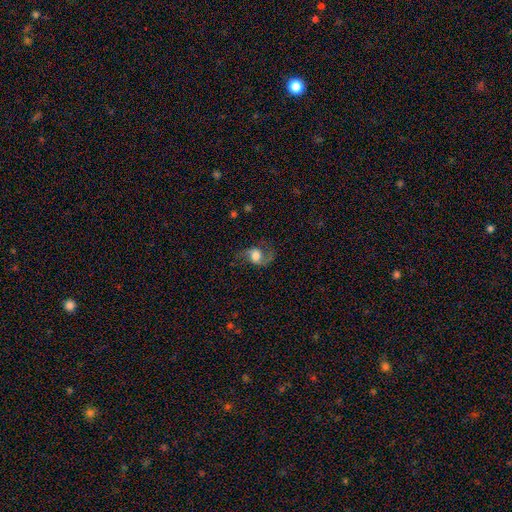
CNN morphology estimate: smooth_or_featured: featured or disk (p=0.65) [alt: smooth p=0.27]
disk_edge_on: no (p=0.96) [alt: yes p=0.04]
bar: no (p=0.52) [alt: weak p=0.37]
has_spiral_arms: yes (p=0.90) [alt: no p=0.10]
spiral_winding: loose (p=0.57) [alt: medium p=0.36]
spiral_arm_count: 2 (p=0.83) [alt: 1 p=0.10]
bulge_size: large (p=0.48) [alt: moderate p=0.27]
merging: none (p=0.60) [alt: major disturbance p=0.19]